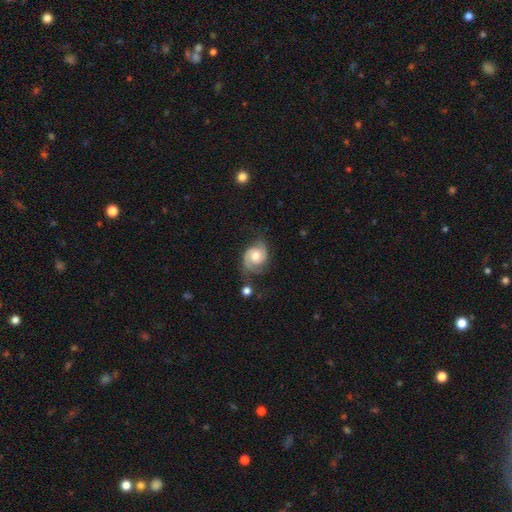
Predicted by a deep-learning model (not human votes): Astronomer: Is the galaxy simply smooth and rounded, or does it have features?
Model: featured or disk — 76%.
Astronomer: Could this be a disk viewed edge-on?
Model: no — 98%.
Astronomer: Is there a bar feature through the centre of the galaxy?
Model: no — 66%.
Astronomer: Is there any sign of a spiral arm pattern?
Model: yes — 95%.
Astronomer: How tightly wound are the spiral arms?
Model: medium — 44% (runner-up: tight, 38%).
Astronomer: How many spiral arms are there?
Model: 2 — 85%.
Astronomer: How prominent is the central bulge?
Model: moderate — 69%.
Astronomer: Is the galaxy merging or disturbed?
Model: none — 62%.